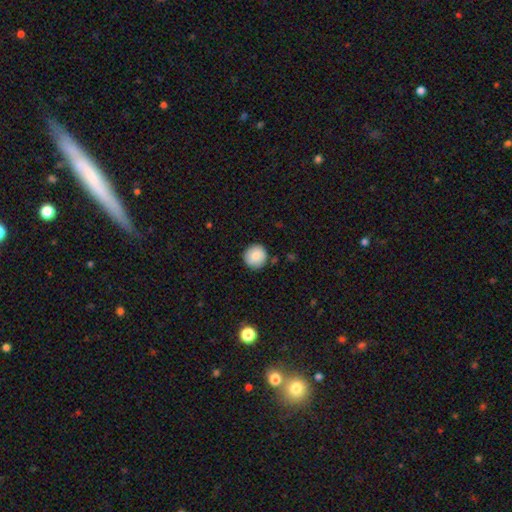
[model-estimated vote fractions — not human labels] A smooth galaxy with no disk features (85%) that is round (94%).

Vote fractions:
- Smooth or featured? smooth: 85% / star or artifact: 8% / featured or disk: 7%
- How rounded? round: 94% / in between: 5% / cigar-shaped: 1%
- Merging? none: 88% / minor disturbance: 8% / major disturbance: 2% / merger: 2%